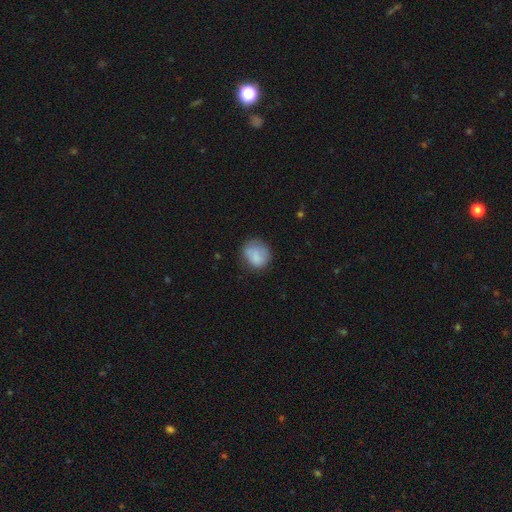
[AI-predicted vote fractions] A smooth galaxy with no disk features (79%) that is round (64%). Merging: none (61%).